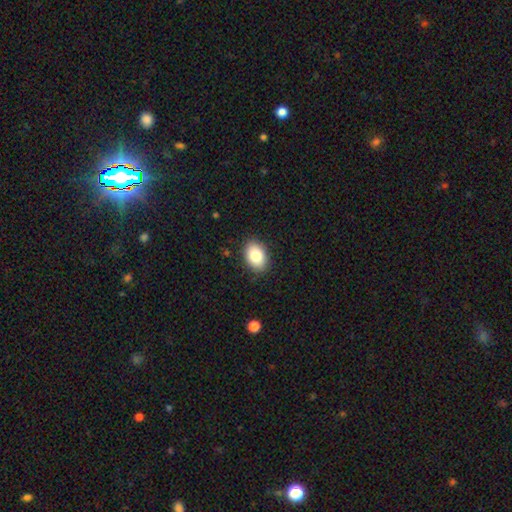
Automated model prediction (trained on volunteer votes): A smooth galaxy with no disk features (83%) that is in between round and cigar-shaped (82%).

Vote fractions:
- Smooth or featured? smooth: 83% / featured or disk: 9% / star or artifact: 8%
- How rounded? in between: 82% / round: 17% / cigar-shaped: 1%
- Merging? none: 88% / minor disturbance: 9% / major disturbance: 2% / merger: 1%